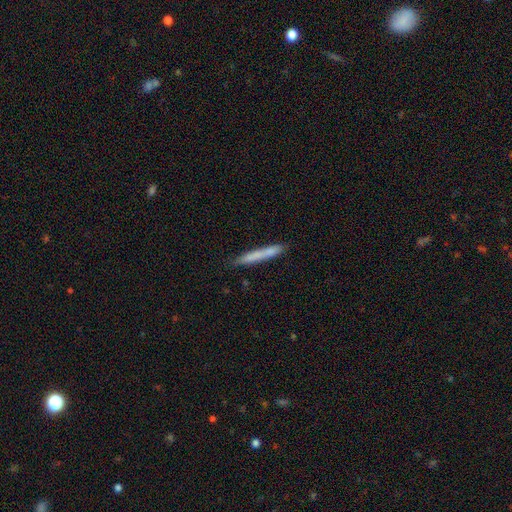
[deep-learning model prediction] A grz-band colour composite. It shows a smooth galaxy with no disk features (73%) that is cigar-shaped (95%). Merging: none (82%).